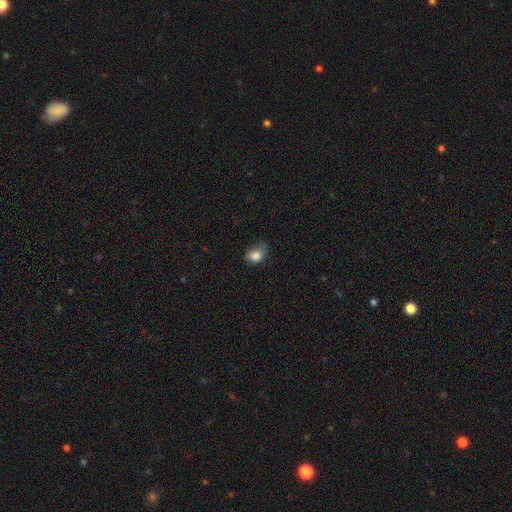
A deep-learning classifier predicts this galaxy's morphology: A smooth galaxy with no disk features (82%) that is in between round and cigar-shaped (58%).

Vote fractions:
- Smooth or featured? smooth: 82% / star or artifact: 10% / featured or disk: 8%
- How rounded? in between: 58% / round: 41% / cigar-shaped: 1%
- Merging? minor disturbance: 42% / none: 37% / major disturbance: 19% / merger: 2%